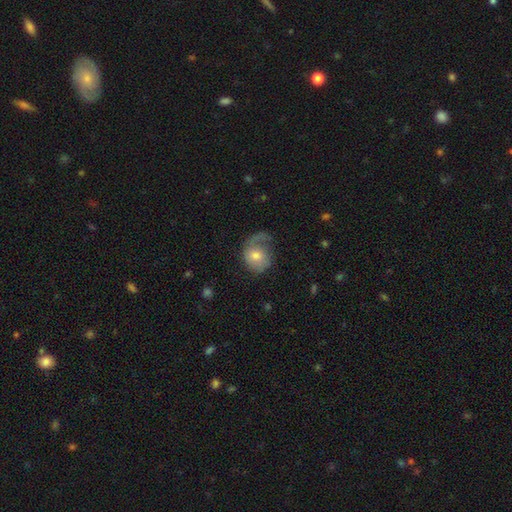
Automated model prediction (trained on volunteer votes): smooth-or-featured: smooth: 49% | featured or disk: 44% | star or artifact: 7%
  merging: major disturbance: 38% | none: 36% | minor disturbance: 23% | merger: 3%